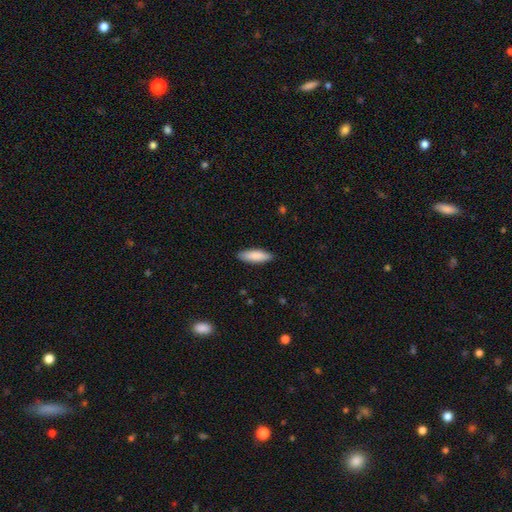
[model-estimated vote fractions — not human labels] Morphology: type=smooth (87%); roundness=in between (55%); merging=none (89%).